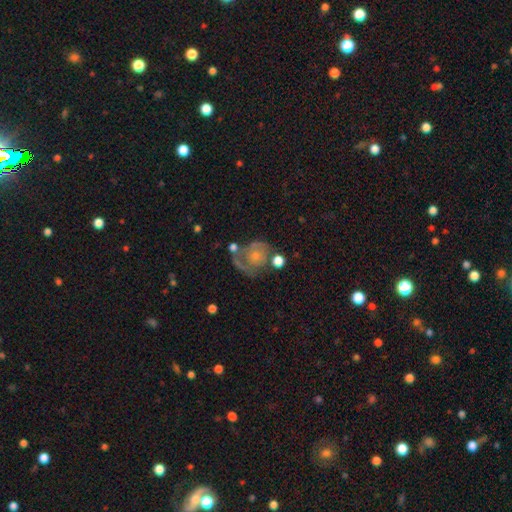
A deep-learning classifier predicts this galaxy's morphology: The model was most divided on "merging": none: 39%, major disturbance: 26%, minor disturbance: 21%, merger: 14%. More confident: edge-on disk — no (98%); bar — no (84%); spiral arms — yes (64%); smooth or featured — featured or disk (55%); bulge size — small (54%).